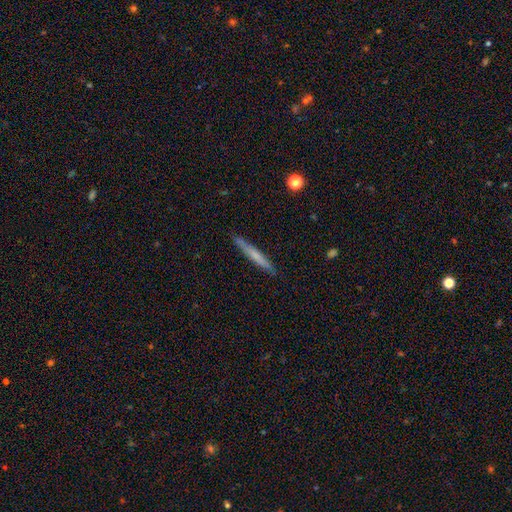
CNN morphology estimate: Smooth or featured? smooth (58%)
How rounded? cigar-shaped (96%)
Merging? none (88%)